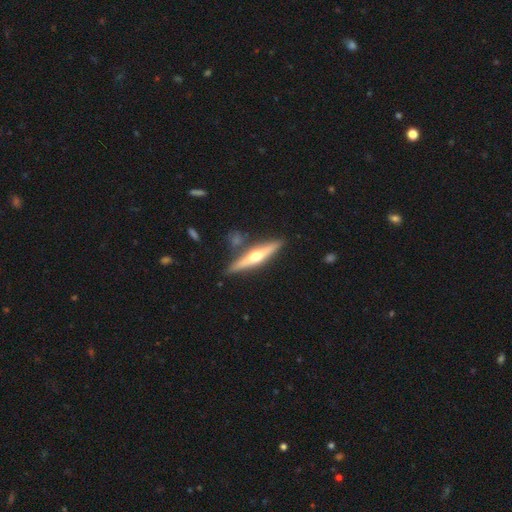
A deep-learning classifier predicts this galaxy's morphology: featured or disk 65%, smooth 30%, star or artifact 5%. Down the decision tree: edge-on disk — yes (95%); edge-on bulge — rounded (92%); merging — none (83%).